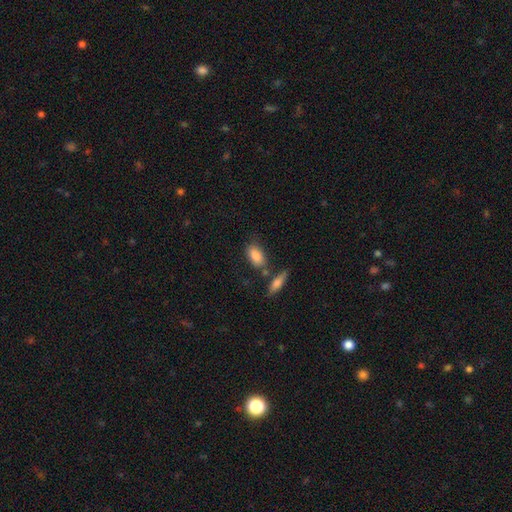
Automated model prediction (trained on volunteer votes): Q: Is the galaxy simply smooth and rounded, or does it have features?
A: smooth — 85%.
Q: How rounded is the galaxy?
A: in between — 89%.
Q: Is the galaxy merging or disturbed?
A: none — 65%.